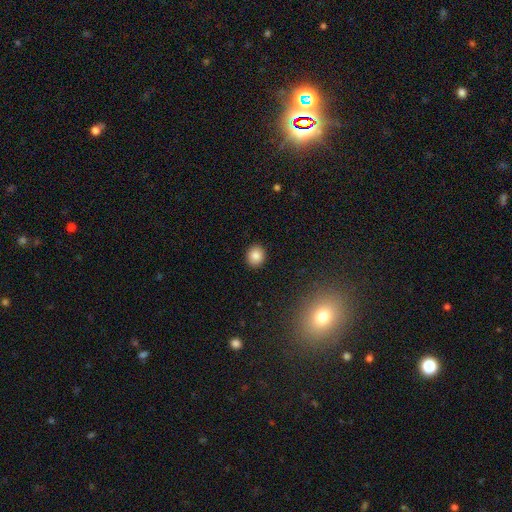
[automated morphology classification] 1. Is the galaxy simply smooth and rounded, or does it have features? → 85% smooth, 10% star or artifact, 5% featured or disk.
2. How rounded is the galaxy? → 76% round, 23% in between, 1% cigar-shaped.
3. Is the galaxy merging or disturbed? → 91% none, 6% minor disturbance, 2% major disturbance, 1% merger.